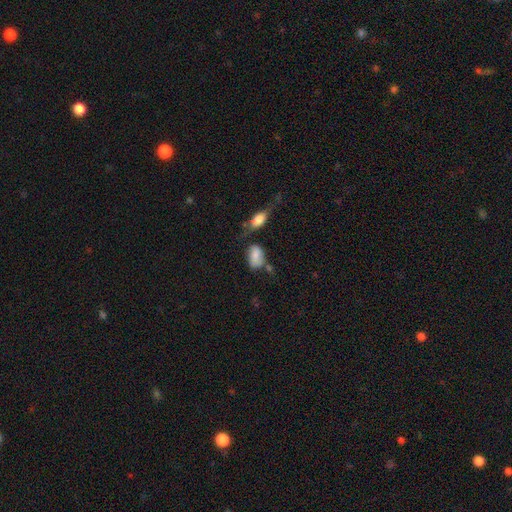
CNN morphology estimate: A smooth galaxy with no disk features (79%) that is in between round and cigar-shaped (89%). Merging: none (41%).